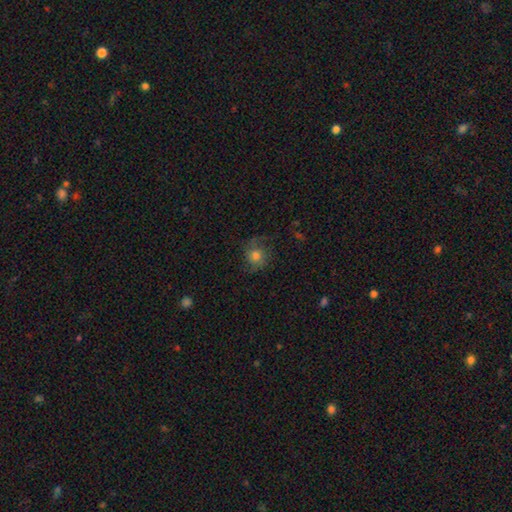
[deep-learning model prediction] Smooth or featured? Predicted: smooth (p=0.54). How rounded? Predicted: round (p=0.83). Merging? Predicted: none (p=0.64).